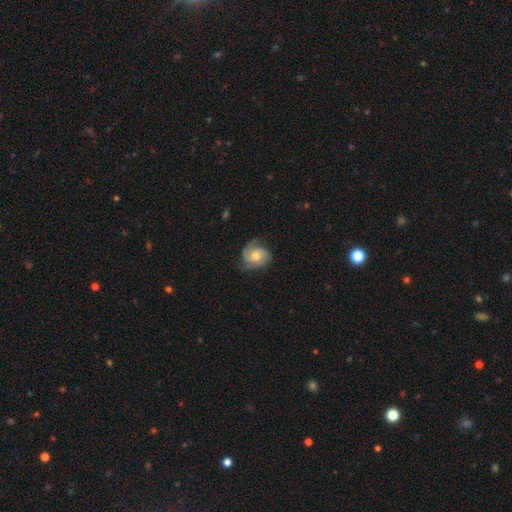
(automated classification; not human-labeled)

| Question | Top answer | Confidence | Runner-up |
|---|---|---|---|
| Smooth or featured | featured or disk | 72% | smooth (22%) |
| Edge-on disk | no | 98% | yes (2%) |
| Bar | no | 75% | weak (22%) |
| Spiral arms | yes | 94% | no (6%) |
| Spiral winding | tight | 43% | medium (41%) |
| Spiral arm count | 2 | 48% | 3 (26%) |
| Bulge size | moderate | 63% | small (27%) |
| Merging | none | 64% | minor disturbance (24%) |